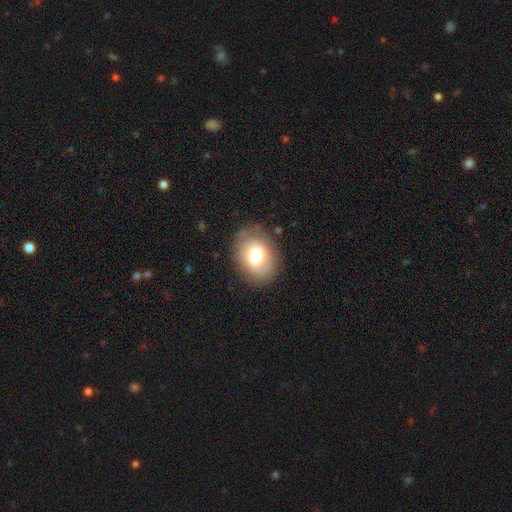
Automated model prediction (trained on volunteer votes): This is likely a smooth galaxy (67%). How rounded: possibly in between (56%). Merging: likely none (80%).